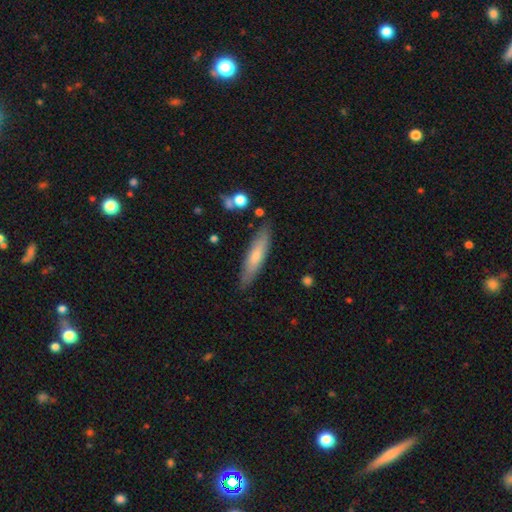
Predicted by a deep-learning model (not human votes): Q: Smooth or featured?
A: smooth (62%); runner-up: featured or disk (31%)
Q: How rounded?
A: cigar-shaped (81%); runner-up: in between (18%)
Q: Merging?
A: none (85%); runner-up: minor disturbance (11%)